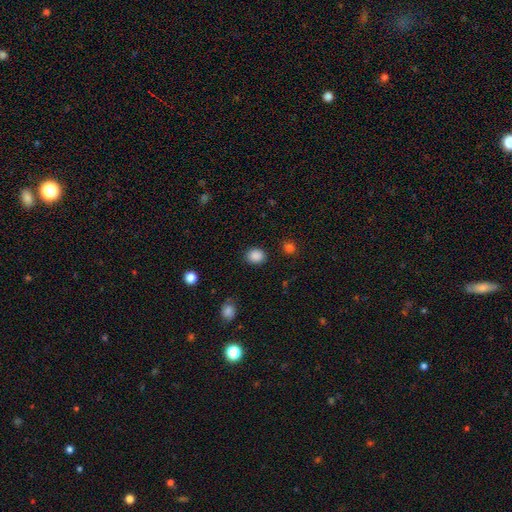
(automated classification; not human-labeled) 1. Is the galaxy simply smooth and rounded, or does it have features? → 88% smooth, 9% star or artifact, 3% featured or disk.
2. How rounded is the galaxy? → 58% round, 41% in between, 1% cigar-shaped.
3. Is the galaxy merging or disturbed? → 87% none, 8% minor disturbance, 3% major disturbance, 1% merger.